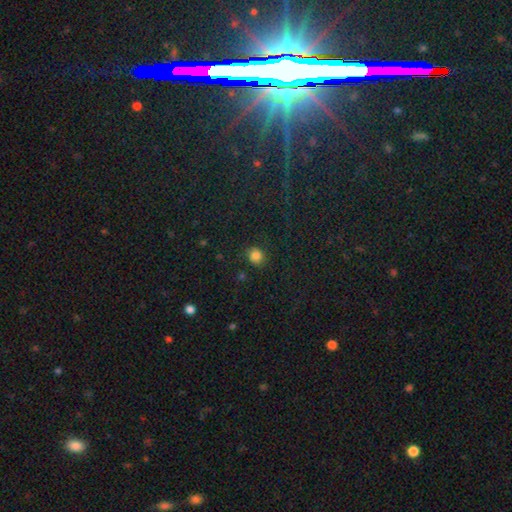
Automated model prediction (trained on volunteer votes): A smooth galaxy with no disk features (82%) that is round (76%). Merging: none (83%).